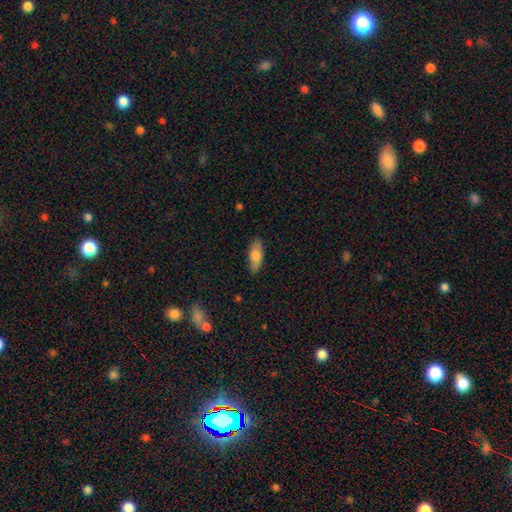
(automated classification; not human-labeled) smooth-or-featured: smooth: 74% | featured or disk: 20% | star or artifact: 6%
  how-rounded: in between: 75% | cigar-shaped: 22% | round: 3%
  merging: none: 82% | minor disturbance: 14% | major disturbance: 2% | merger: 1%